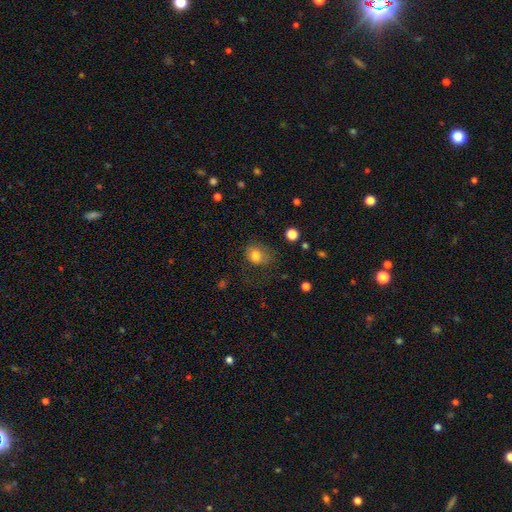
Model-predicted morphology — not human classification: Smooth or featured? smooth (79%)
How rounded? round (61%)
Merging? none (56%)